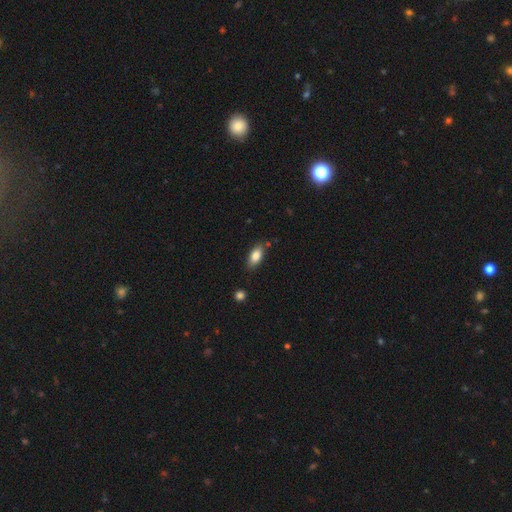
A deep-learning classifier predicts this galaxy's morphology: smooth 83%, featured or disk 10%, star or artifact 7%. Down the decision tree: how rounded — in between (88%); merging — none (79%).